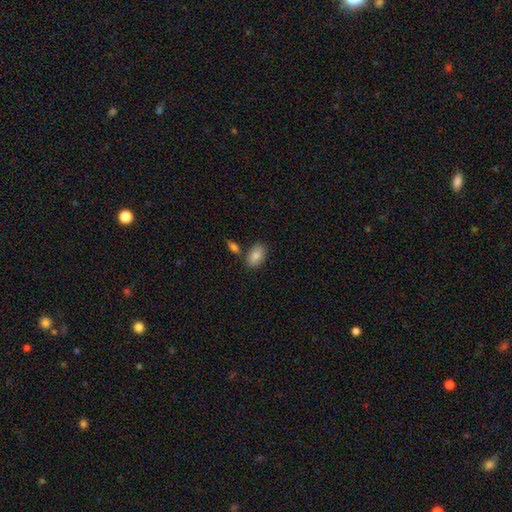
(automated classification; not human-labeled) The model was most divided on "merging": none: 75%, minor disturbance: 11%, merger: 10%, major disturbance: 3%. More confident: how rounded — in between (91%); smooth or featured — smooth (85%).